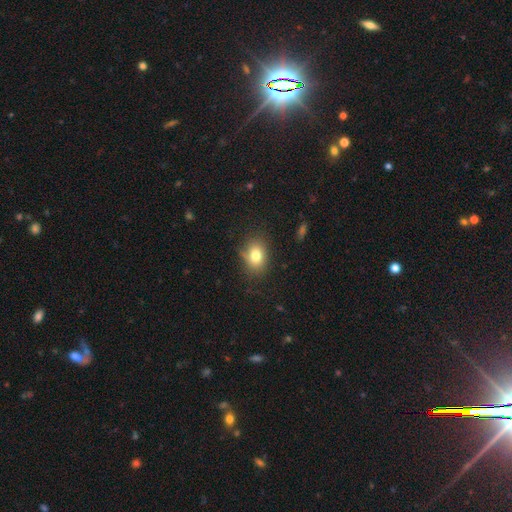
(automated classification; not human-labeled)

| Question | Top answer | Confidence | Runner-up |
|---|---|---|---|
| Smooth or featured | smooth | 78% | star or artifact (11%) |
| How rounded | in between | 63% | round (36%) |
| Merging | none | 73% | minor disturbance (19%) |